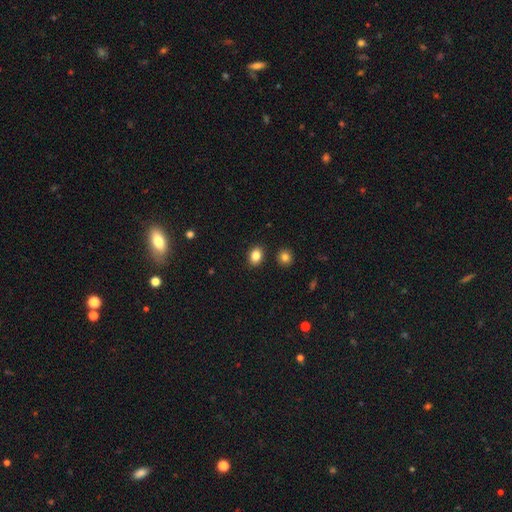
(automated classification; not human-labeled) A smooth galaxy with no disk features (84%) that is in between round and cigar-shaped (62%). Merging: none (88%).